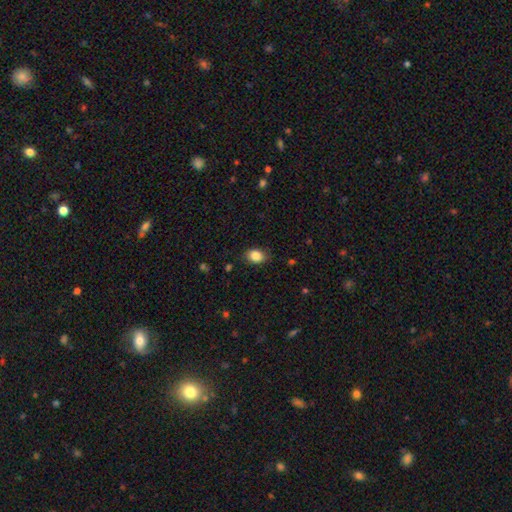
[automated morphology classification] This is clearly a smooth galaxy (86%). How rounded: likely in between (76%). Merging: clearly none (83%).